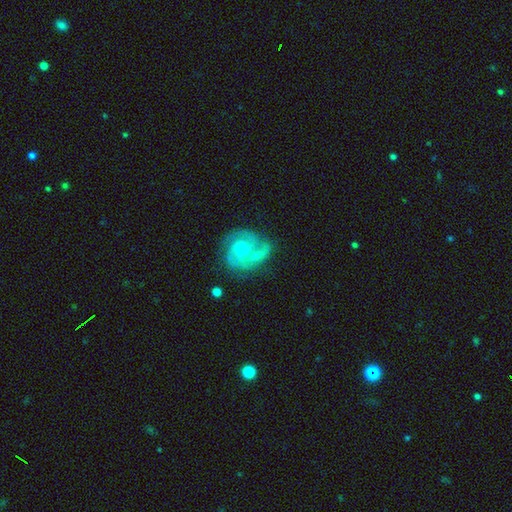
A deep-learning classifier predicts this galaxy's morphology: A featured or disk galaxy (82%) with no bar (68%), 2 (52%) medium (45%) spiral arms (92%) and a moderate central bulge (65%). Merging: none (52%).